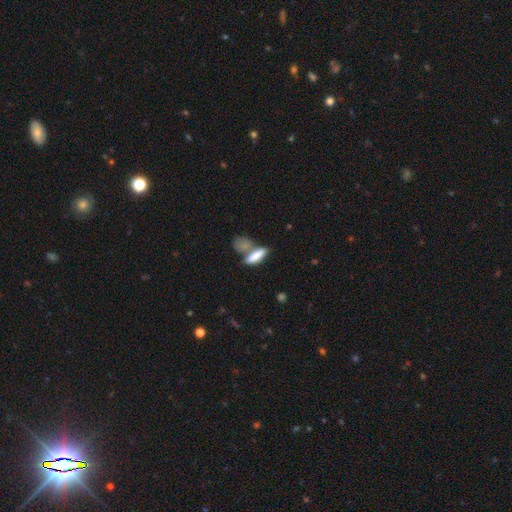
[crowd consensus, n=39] This appears to be a smooth galaxy with no disk features (77%) that is in between round and cigar-shaped (63%). Merging: merger (50%).